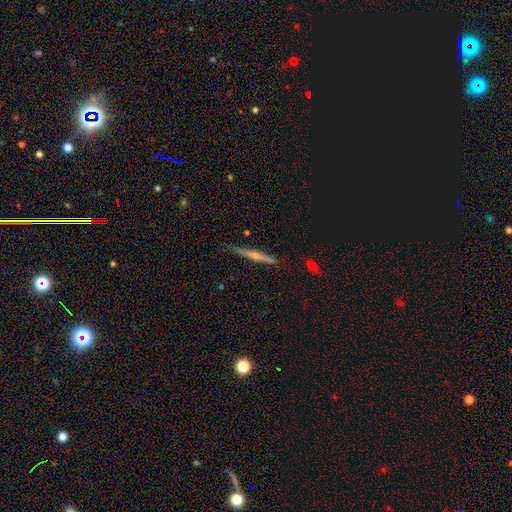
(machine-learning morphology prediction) Overall: featured or disk (71%). Edge-on disk: yes (98%). Edge-on bulge: rounded (81%). Merging: none (85%).